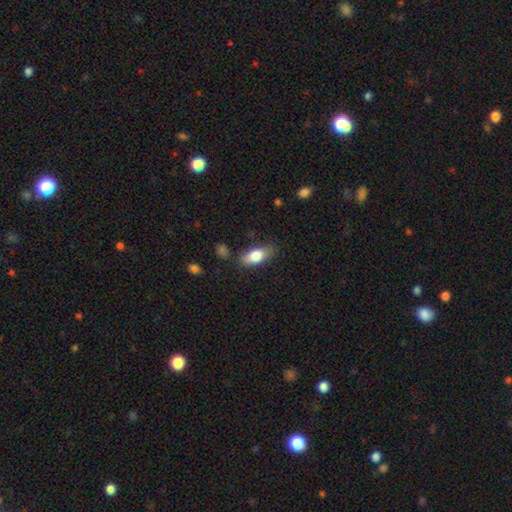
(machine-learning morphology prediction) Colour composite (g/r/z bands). It shows a smooth galaxy with no disk features (76%) that is in between round and cigar-shaped (81%). Merging: none (75%).